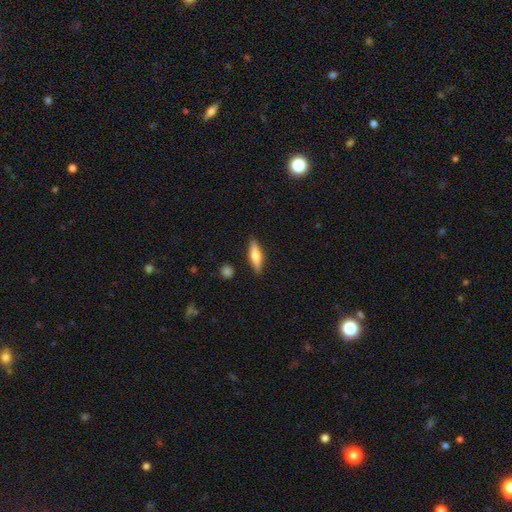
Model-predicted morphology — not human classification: smooth-or-featured: smooth: 57% | featured or disk: 36% | star or artifact: 6%
  how-rounded: cigar-shaped: 67% | in between: 31% | round: 2%
  merging: none: 87% | minor disturbance: 9% | major disturbance: 2% | merger: 2%